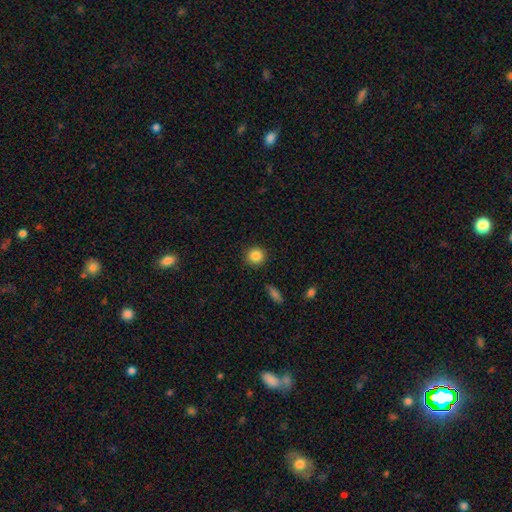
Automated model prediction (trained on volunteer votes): smooth-or-featured: smooth: 85% | star or artifact: 10% | featured or disk: 5%
  how-rounded: round: 91% | in between: 8% | cigar-shaped: 1%
  merging: none: 90% | minor disturbance: 7% | major disturbance: 2% | merger: 1%